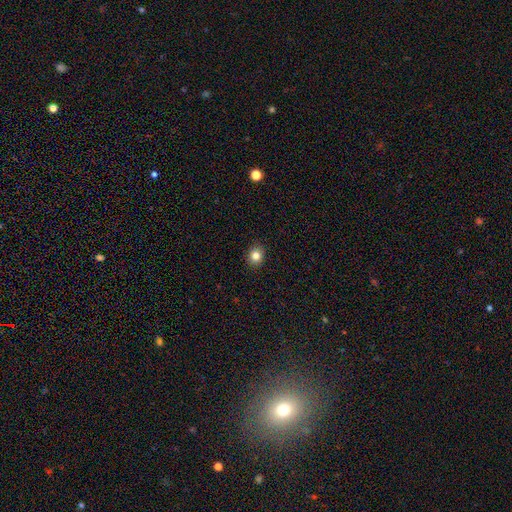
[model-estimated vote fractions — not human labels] Smooth or featured?
  - smooth: 82% *
  - star or artifact: 11%
  - featured or disk: 7%
How rounded?
  - round: 70% *
  - in between: 29%
  - cigar-shaped: 1%
Merging?
  - none: 89% *
  - minor disturbance: 8%
  - major disturbance: 2%
  - merger: 1%